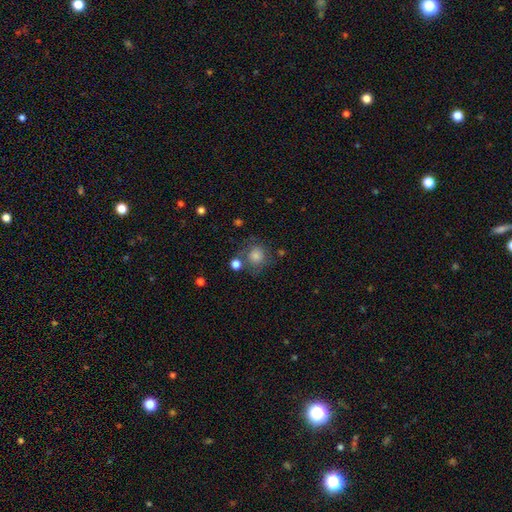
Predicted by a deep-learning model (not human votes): Overall: smooth (71%). How rounded: round (86%). Merging: none (64%).